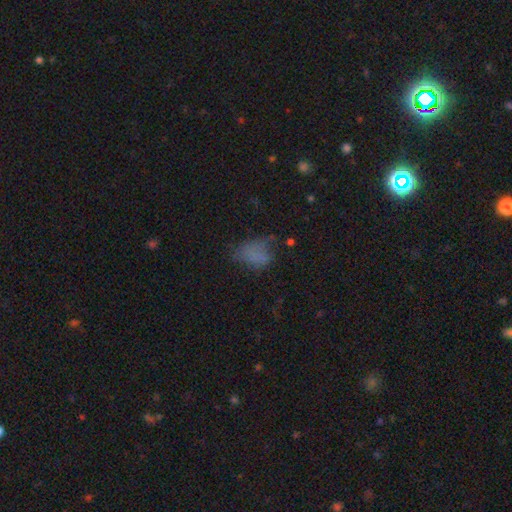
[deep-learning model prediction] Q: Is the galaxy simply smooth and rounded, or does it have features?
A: smooth — 63%.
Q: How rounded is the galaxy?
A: in between — 81%.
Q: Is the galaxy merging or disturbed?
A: none — 38%.